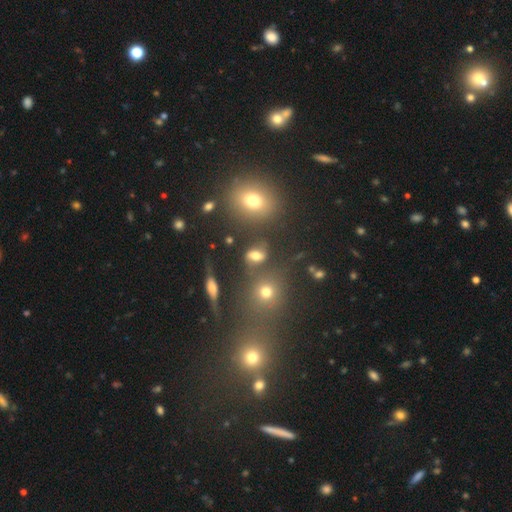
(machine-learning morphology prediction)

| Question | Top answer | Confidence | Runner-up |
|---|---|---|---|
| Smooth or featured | smooth | 63% | star or artifact (19%) |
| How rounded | in between | 68% | round (29%) |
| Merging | none | 54% | merger (18%) |